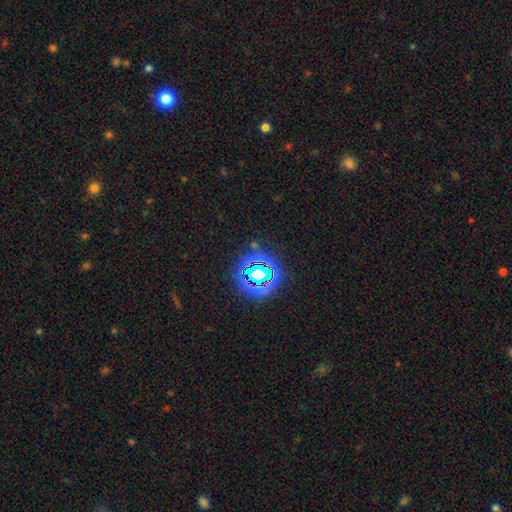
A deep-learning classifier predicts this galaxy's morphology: Q: Smooth or featured?
A: star or artifact (75%); runner-up: smooth (18%)